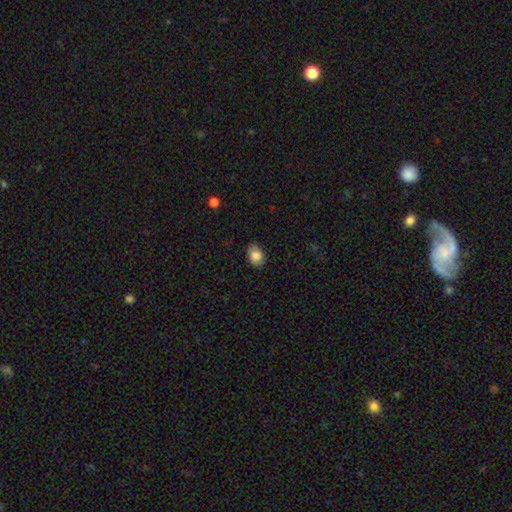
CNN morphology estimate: This appears to be a smooth galaxy with no disk features (85%) that is in between round and cigar-shaped (78%). Merging: none (84%).